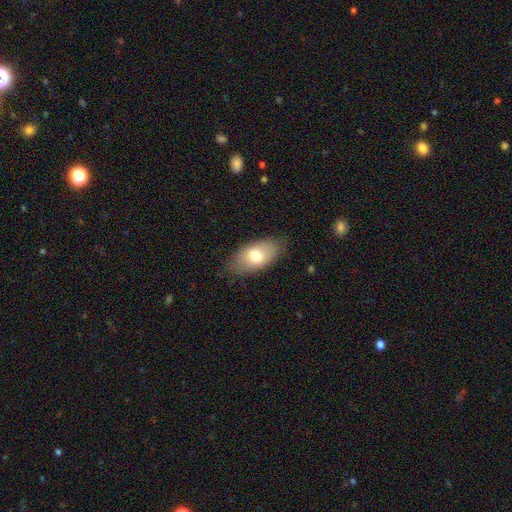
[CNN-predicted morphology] smooth-or-featured: smooth: 72% | featured or disk: 21% | star or artifact: 7%
  how-rounded: in between: 92% | round: 5% | cigar-shaped: 3%
  merging: none: 80% | minor disturbance: 15% | major disturbance: 4% | merger: 1%